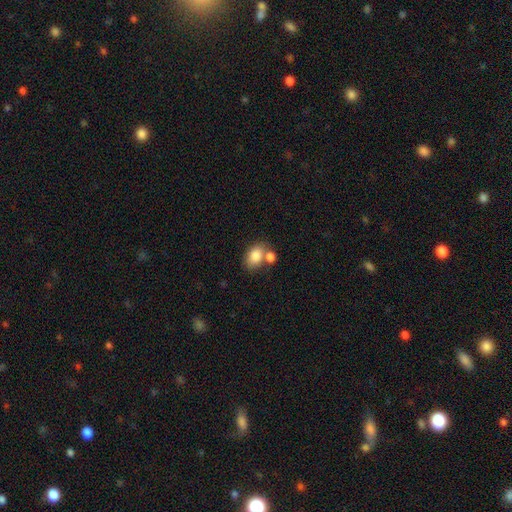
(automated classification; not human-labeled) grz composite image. It shows a smooth galaxy with no disk features (83%) that is in between round and cigar-shaped (78%). Merging: none (49%).